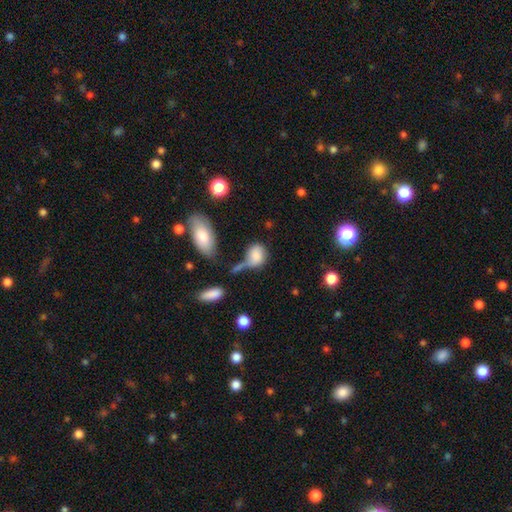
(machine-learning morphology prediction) Smooth or featured: smooth — 78% (featured or disk — 13%)
How rounded: in between — 66% (round — 31%)
Merging: none — 32% (merger — 24%)